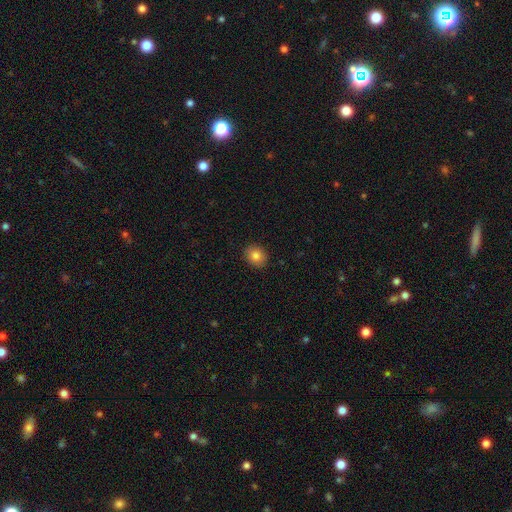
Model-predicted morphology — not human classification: A smooth galaxy with no disk features (83%) that is round (65%). Merging: none (90%).